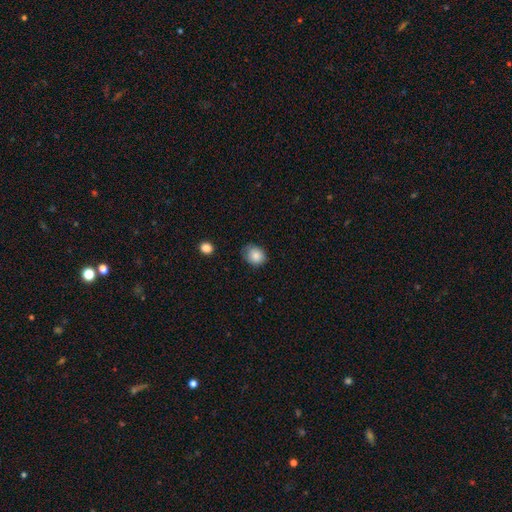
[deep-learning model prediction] Overall: smooth (85%). How rounded: round (60%; in between 39%). Merging: none (62%; minor disturbance 30%).